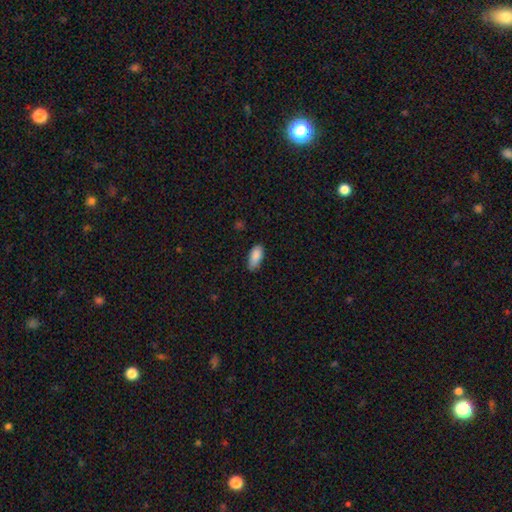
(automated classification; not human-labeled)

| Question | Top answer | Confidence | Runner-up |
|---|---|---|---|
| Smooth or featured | smooth | 88% | star or artifact (7%) |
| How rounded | in between | 88% | cigar-shaped (10%) |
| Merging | none | 72% | minor disturbance (24%) |